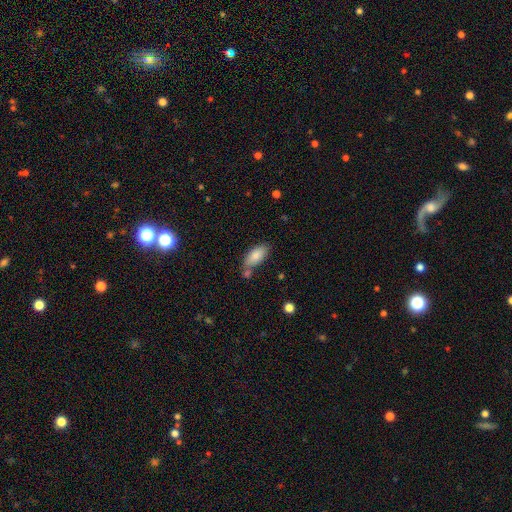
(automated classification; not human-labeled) Overall: smooth (83%). How rounded: in between (89%). Merging: none (60%).